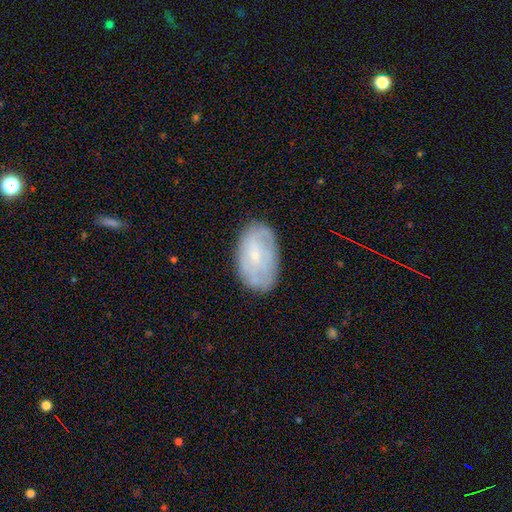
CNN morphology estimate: Smooth or featured: featured or disk — 50% (smooth — 43%)
Merging: none — 75% (minor disturbance — 19%)